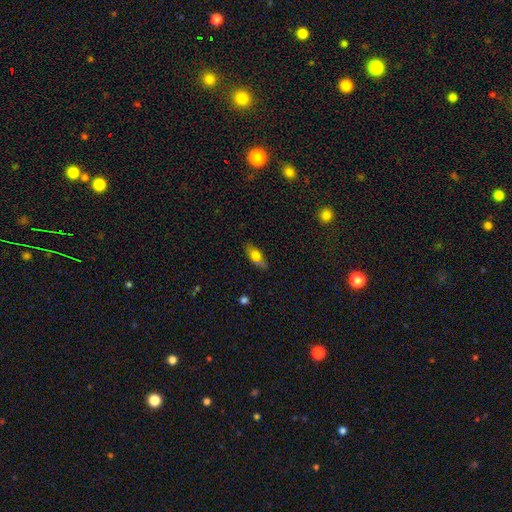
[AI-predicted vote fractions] A smooth galaxy with no disk features (66%) that is in between round and cigar-shaped (71%). Merging: none (71%).